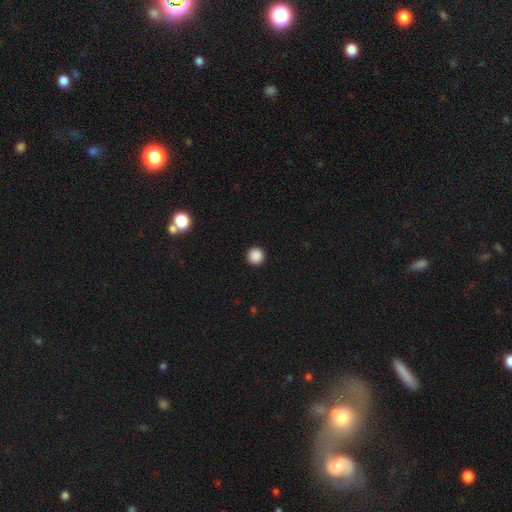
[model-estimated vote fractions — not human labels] Q: Smooth or featured?
A: smooth (89%); runner-up: star or artifact (9%)
Q: How rounded?
A: round (96%); runner-up: in between (3%)
Q: Merging?
A: none (94%); runner-up: minor disturbance (4%)